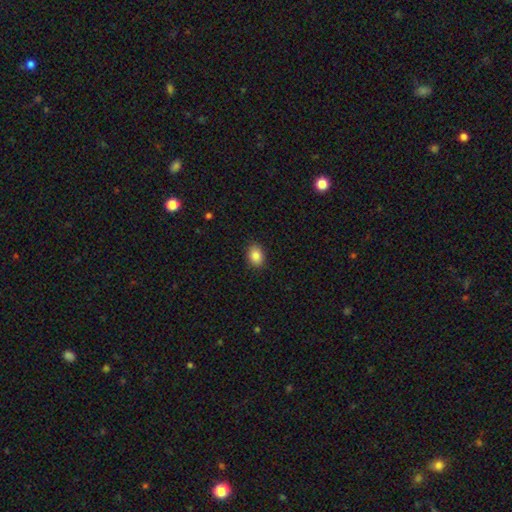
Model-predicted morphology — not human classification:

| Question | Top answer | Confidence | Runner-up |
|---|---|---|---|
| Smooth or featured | smooth | 85% | star or artifact (9%) |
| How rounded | in between | 69% | round (30%) |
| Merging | none | 88% | minor disturbance (9%) |